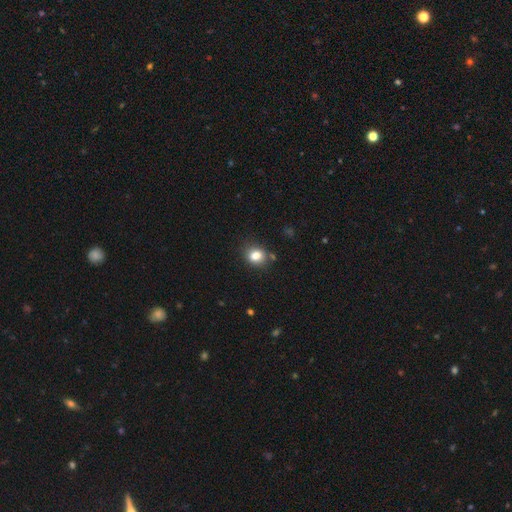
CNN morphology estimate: smooth_or_featured: smooth (p=0.81) [alt: star or artifact p=0.11]
how_rounded: round (p=0.64) [alt: in between p=0.35]
merging: none (p=0.78) [alt: minor disturbance p=0.14]